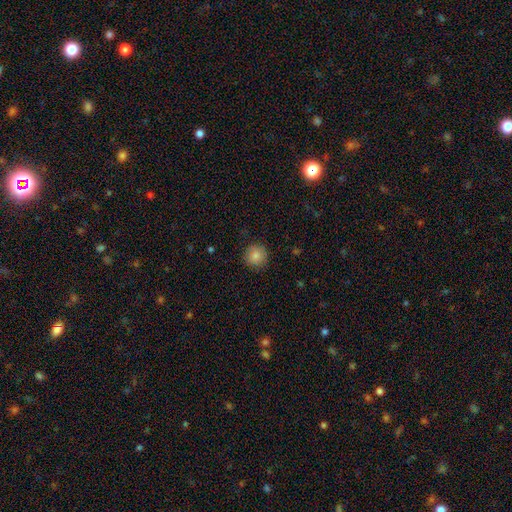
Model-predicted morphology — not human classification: This appears to be a smooth galaxy with no disk features (84%) that is round (94%). Merging: none (90%).